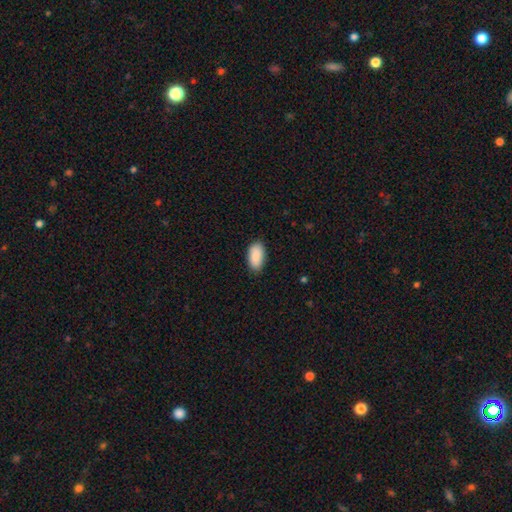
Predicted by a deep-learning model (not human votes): smooth_or_featured: smooth (p=0.90) [alt: star or artifact p=0.06]
how_rounded: in between (p=0.95) [alt: cigar-shaped p=0.03]
merging: none (p=0.85) [alt: minor disturbance p=0.11]